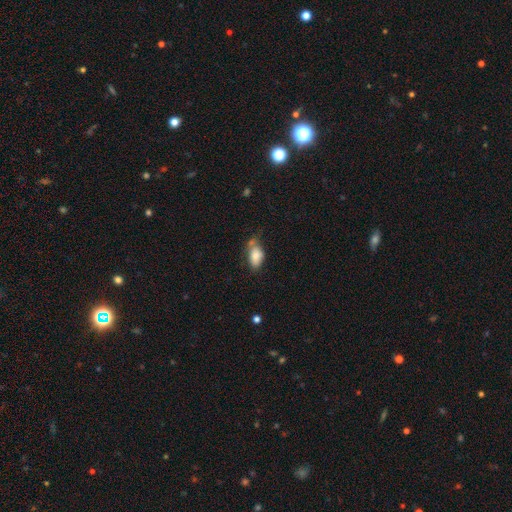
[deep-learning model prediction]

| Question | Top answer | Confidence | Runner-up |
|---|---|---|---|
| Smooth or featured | smooth | 82% | featured or disk (10%) |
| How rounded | in between | 91% | round (6%) |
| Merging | none | 42% | minor disturbance (31%) |